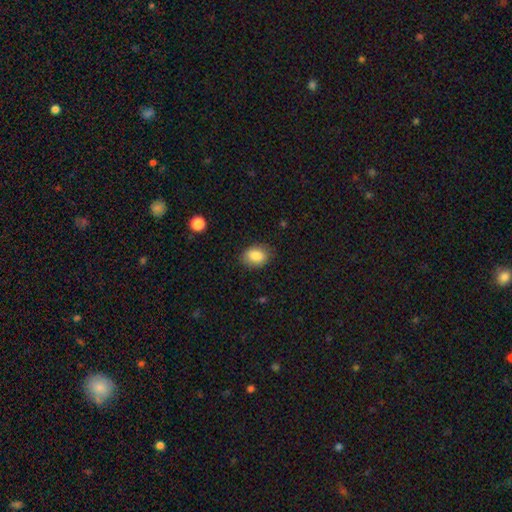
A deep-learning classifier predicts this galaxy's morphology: Smooth or featured?
  - smooth: 86% *
  - star or artifact: 8%
  - featured or disk: 6%
How rounded?
  - in between: 75% *
  - round: 24%
  - cigar-shaped: 1%
Merging?
  - none: 81% *
  - minor disturbance: 14%
  - major disturbance: 3%
  - merger: 1%